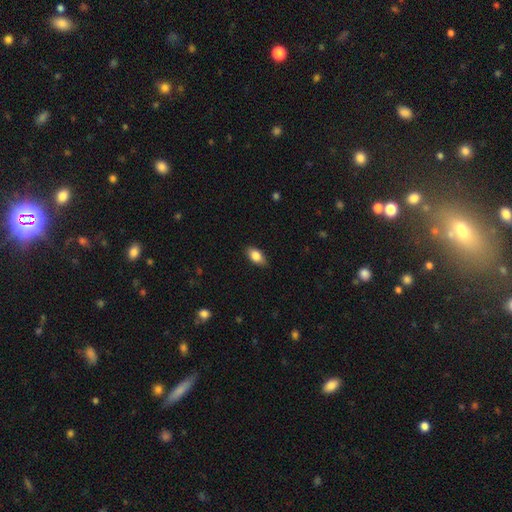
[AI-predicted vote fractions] smooth_or_featured: smooth (p=0.83) [alt: featured or disk p=0.09]
how_rounded: in between (p=0.89) [alt: round p=0.07]
merging: none (p=0.84) [alt: minor disturbance p=0.13]